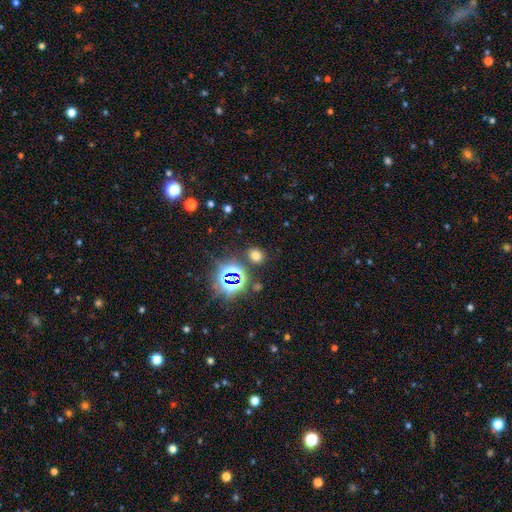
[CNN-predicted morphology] A smooth galaxy with no disk features (63%) that is round (61%).

Vote fractions:
- Smooth or featured? smooth: 63% / star or artifact: 31% / featured or disk: 6%
- How rounded? round: 61% / in between: 38% / cigar-shaped: 1%
- Merging? none: 85% / minor disturbance: 8% / merger: 4% / major disturbance: 3%